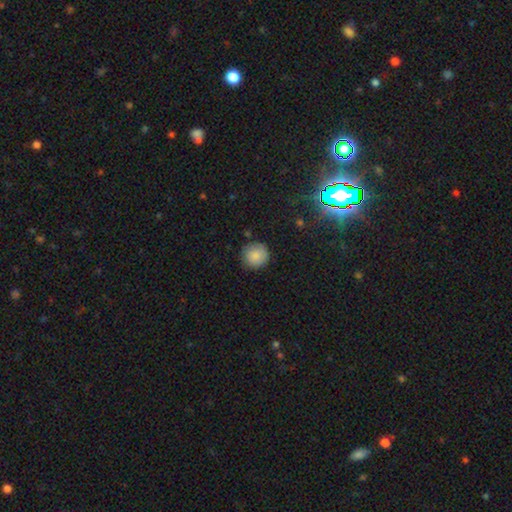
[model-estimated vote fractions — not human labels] Smooth or featured? smooth (86%)
How rounded? round (94%)
Merging? none (86%)